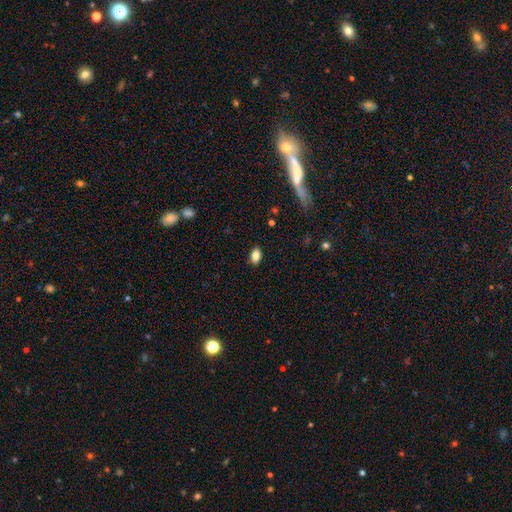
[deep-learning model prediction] Q: Smooth or featured?
A: smooth (85%); runner-up: star or artifact (9%)
Q: How rounded?
A: in between (87%); runner-up: round (10%)
Q: Merging?
A: none (88%); runner-up: minor disturbance (9%)